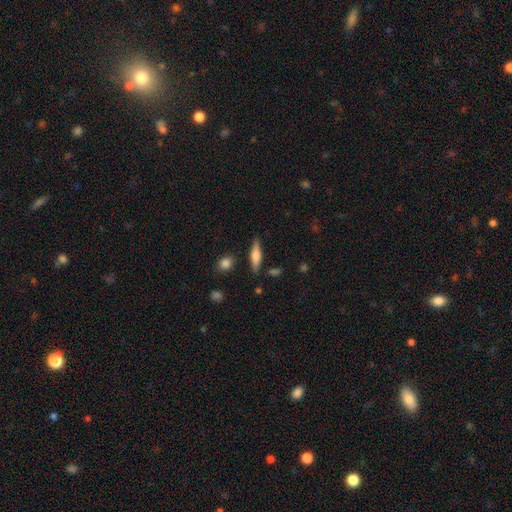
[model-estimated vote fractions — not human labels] This is possibly a smooth galaxy (58%). How rounded: likely cigar-shaped (70%). Merging: clearly none (83%).